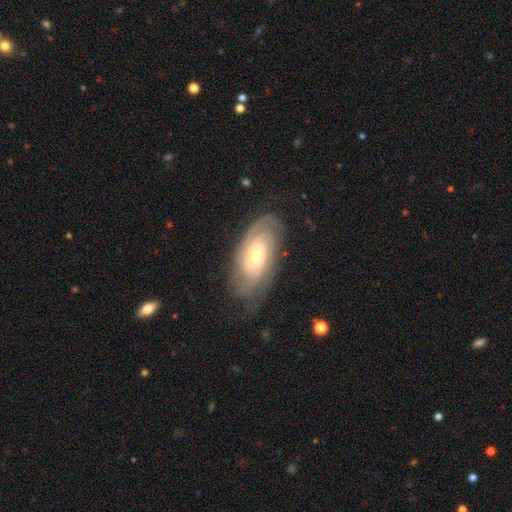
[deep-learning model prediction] This appears to be a featured or disk galaxy (82%) with no bar (76%), 2 (38%) tight (72%) spiral arms (94%) and a moderate central bulge (49%). Merging: none (74%).